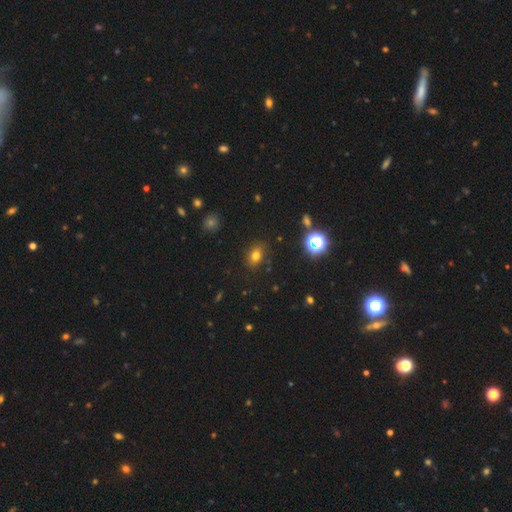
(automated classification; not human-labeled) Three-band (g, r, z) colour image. It shows a smooth galaxy with no disk features (73%) that is in between round and cigar-shaped (67%). Merging: none (84%).